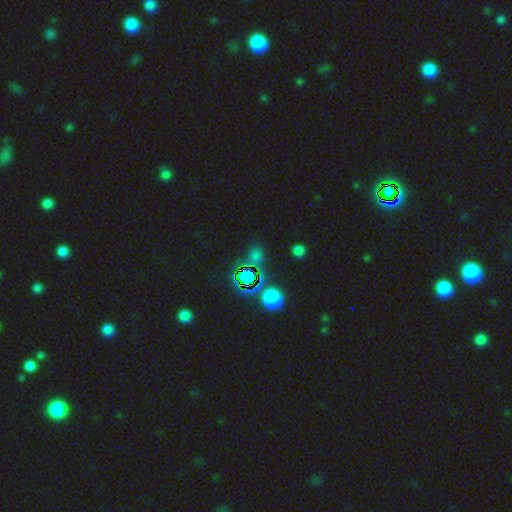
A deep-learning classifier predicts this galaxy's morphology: Overall: star or artifact (60%; smooth 33%).